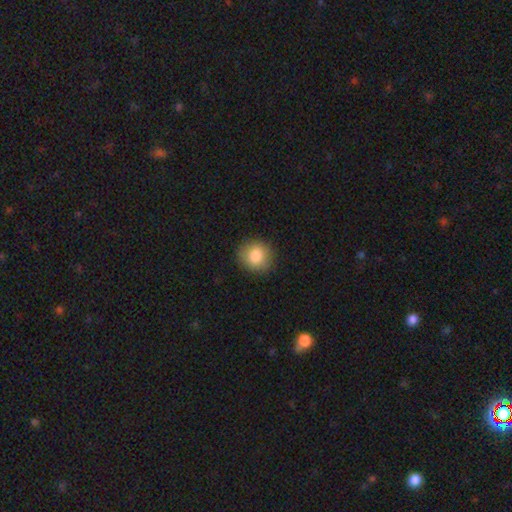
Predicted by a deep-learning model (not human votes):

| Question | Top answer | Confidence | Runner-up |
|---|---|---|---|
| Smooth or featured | smooth | 84% | star or artifact (9%) |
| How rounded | round | 85% | in between (14%) |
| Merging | none | 89% | minor disturbance (8%) |